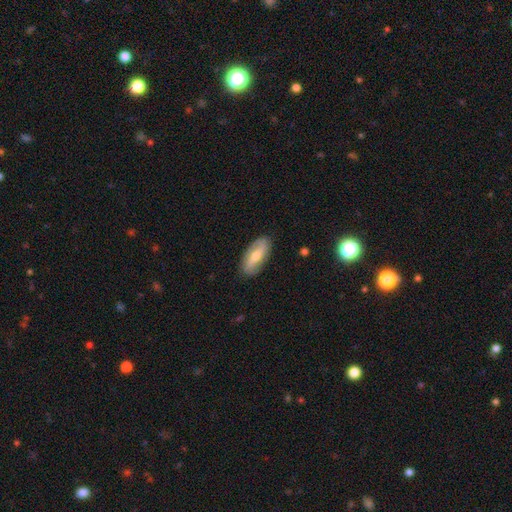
A featured or disk galaxy (59%) with a strong bar (50%), 2 (93%) tight (40%, tied with medium) spiral arms (83%) and a moderate central bulge (67%).

Vote fractions:
- Smooth or featured? featured or disk: 59% / smooth: 38% / star or artifact: 3%
- Edge-on disk? no: 78% / yes: 22%
- Bar? strong: 50% / no: 33% / weak: 17%
- Spiral arms? yes: 83% / no: 17%
- Spiral winding? tight: 40% (tied) / medium: 40% (tied) / loose: 20%
- Spiral arm count? 2: 93% / can't tell: 7% / 1: 0% / 3: 0% / 4: 0% / more than 4: 0%
- Bulge size? moderate: 67% / small: 33% / dominant: 0% / large: 0% / none: 0%
- Merging? none: 84% / minor disturbance: 11% / major disturbance: 5% / merger: 0%